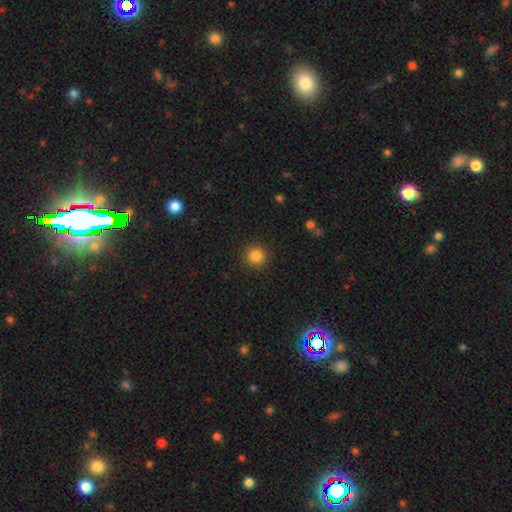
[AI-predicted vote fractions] Smooth or featured: smooth — 85% (star or artifact — 11%)
How rounded: round — 94% (in between — 5%)
Merging: none — 91% (minor disturbance — 6%)